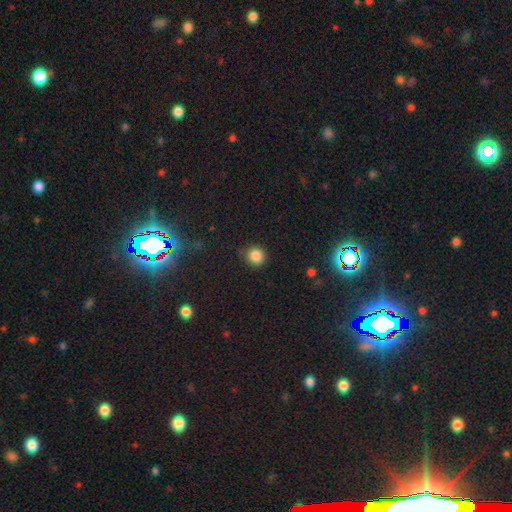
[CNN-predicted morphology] Smooth or featured: smooth — 84% (star or artifact — 12%)
How rounded: round — 91% (in between — 8%)
Merging: none — 82% (minor disturbance — 13%)